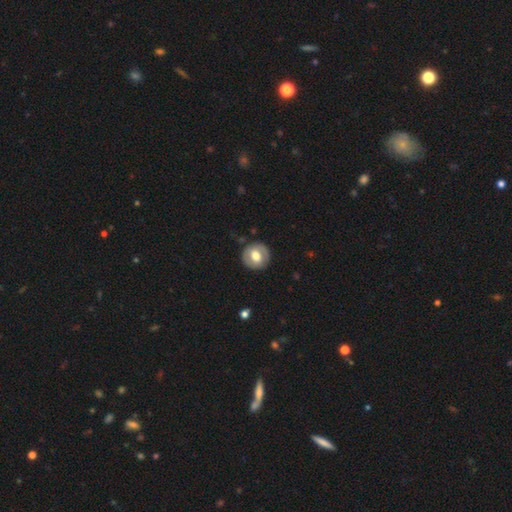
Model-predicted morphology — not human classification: Smooth or featured?
  - smooth: 59% *
  - featured or disk: 35%
  - star or artifact: 6%
How rounded?
  - round: 88% *
  - in between: 11%
  - cigar-shaped: 1%
Merging?
  - none: 87% *
  - minor disturbance: 9%
  - major disturbance: 3%
  - merger: 1%